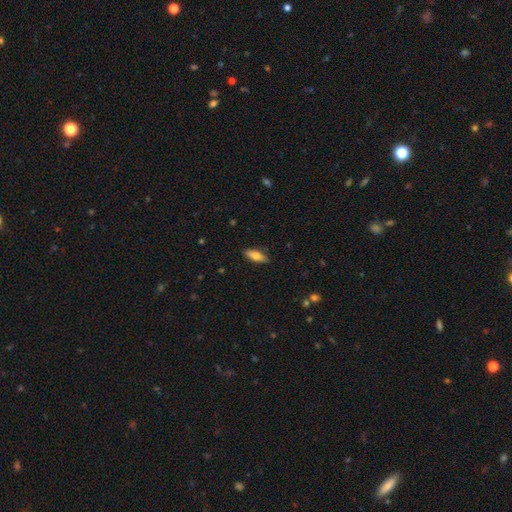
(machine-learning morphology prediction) Overall: smooth (72%). How rounded: in between (66%; cigar-shaped 31%). Merging: none (88%).